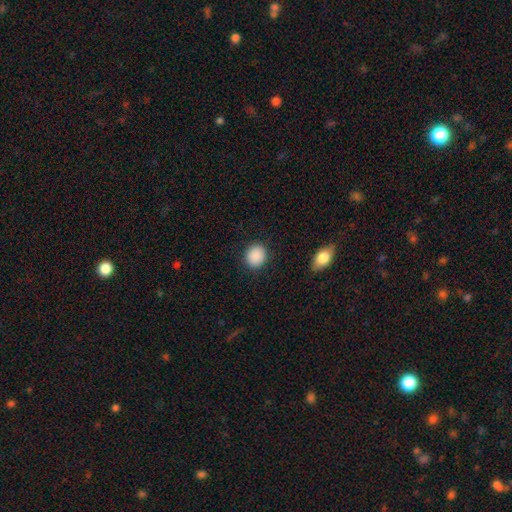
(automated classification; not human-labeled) A smooth galaxy with no disk features (89%) that is round (79%).

Vote fractions:
- Smooth or featured? smooth: 89% / star or artifact: 8% / featured or disk: 3%
- How rounded? round: 79% / in between: 20% / cigar-shaped: 1%
- Merging? none: 90% / minor disturbance: 6% / major disturbance: 2% / merger: 1%